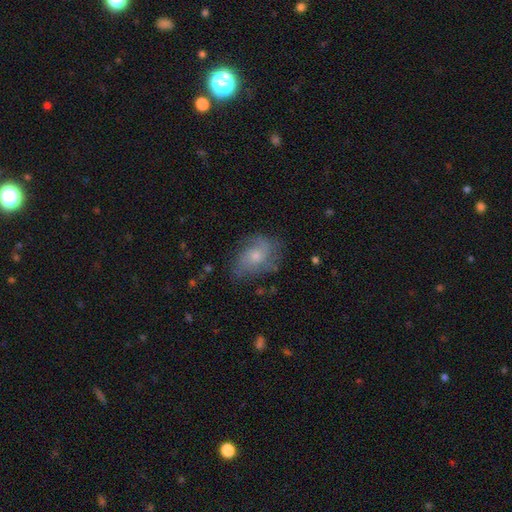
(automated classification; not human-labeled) Overall: featured or disk (58%; smooth 32%). Edge-on disk: no (96%). Bar: no (79%). Spiral arms: yes (82%). Bulge size: moderate (53%; small 39%). Merging: none (65%).